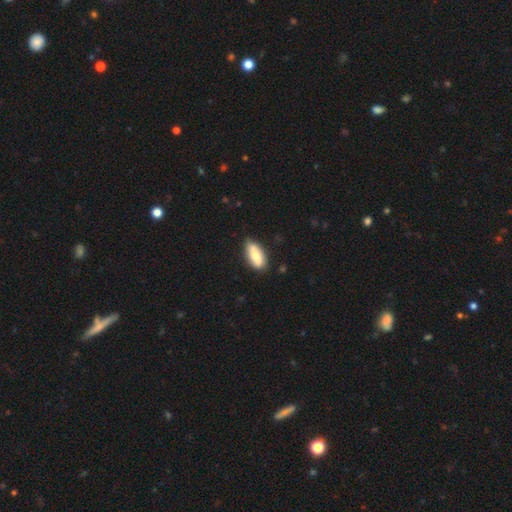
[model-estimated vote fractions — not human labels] Smooth or featured?
  - smooth: 68% *
  - featured or disk: 26%
  - star or artifact: 6%
How rounded?
  - in between: 80% *
  - cigar-shaped: 17%
  - round: 3%
Merging?
  - none: 78% *
  - minor disturbance: 17%
  - major disturbance: 3%
  - merger: 2%